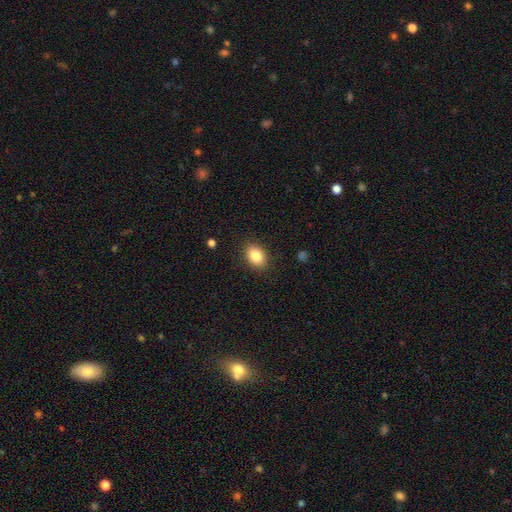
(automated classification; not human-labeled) Smooth or featured? Predicted: smooth (p=0.86). How rounded? Predicted: in between (p=0.74). Merging? Predicted: none (p=0.88).